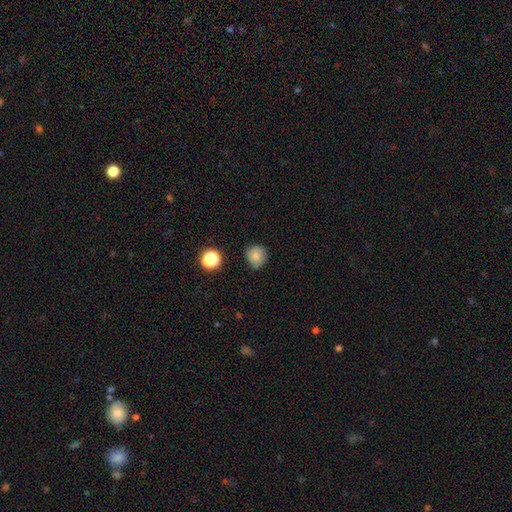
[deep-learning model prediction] Smooth or featured: smooth — 80% (star or artifact — 12%)
How rounded: round — 88% (in between — 11%)
Merging: none — 73% (minor disturbance — 21%)